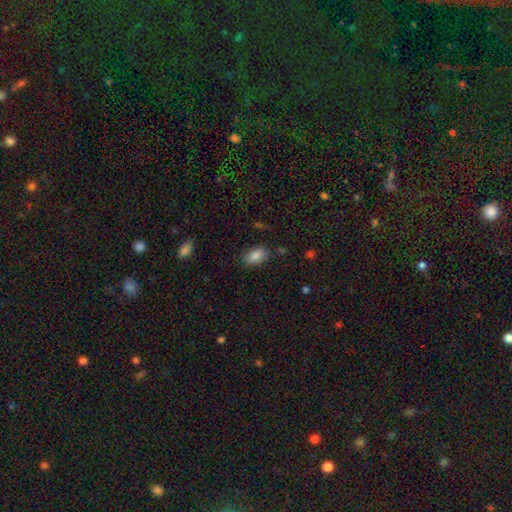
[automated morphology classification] type=smooth (85%); roundness=in between (91%); merging=none (80%).